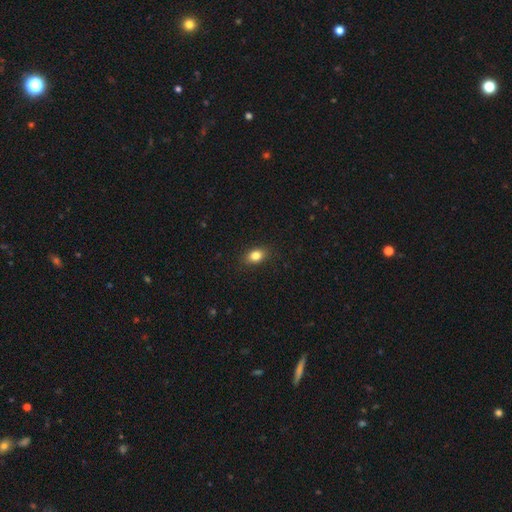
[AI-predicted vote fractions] A smooth galaxy with no disk features (84%) that is in between round and cigar-shaped (77%).

Vote fractions:
- Smooth or featured? smooth: 84% / star or artifact: 10% / featured or disk: 7%
- How rounded? in between: 77% / round: 21% / cigar-shaped: 2%
- Merging? none: 87% / minor disturbance: 9% / major disturbance: 2% / merger: 1%